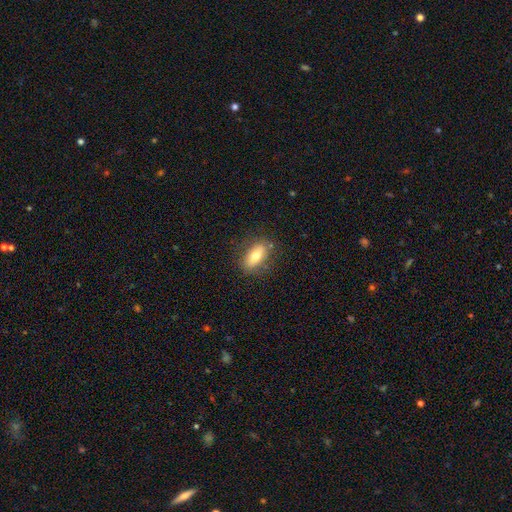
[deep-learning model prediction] This appears to be a smooth galaxy with no disk features (70%) that is in between round and cigar-shaped (83%). Merging: none (82%).